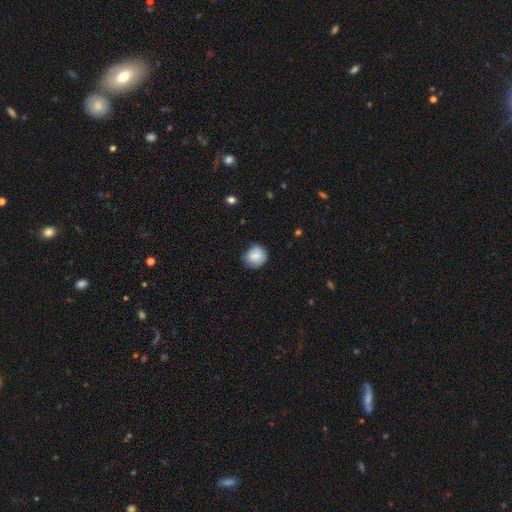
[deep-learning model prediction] A smooth galaxy with no disk features (77%) that is round (84%).

Vote fractions:
- Smooth or featured? smooth: 77% / featured or disk: 16% / star or artifact: 7%
- How rounded? round: 84% / in between: 16% / cigar-shaped: 1%
- Merging? none: 71% / minor disturbance: 23% / major disturbance: 5% / merger: 1%